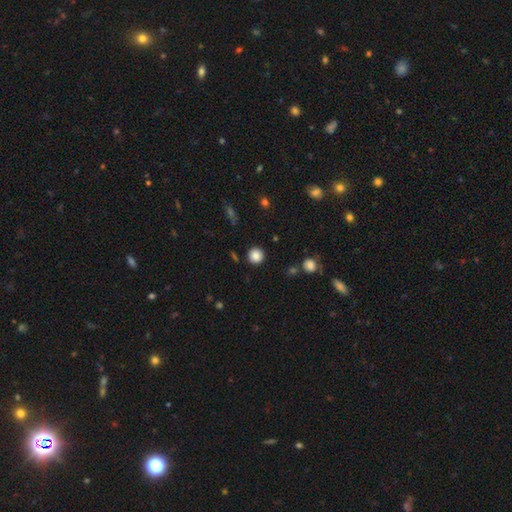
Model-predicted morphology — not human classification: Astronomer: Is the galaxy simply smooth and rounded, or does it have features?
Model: smooth — 86%.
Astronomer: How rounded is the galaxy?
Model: round — 94%.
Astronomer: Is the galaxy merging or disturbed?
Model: none — 90%.